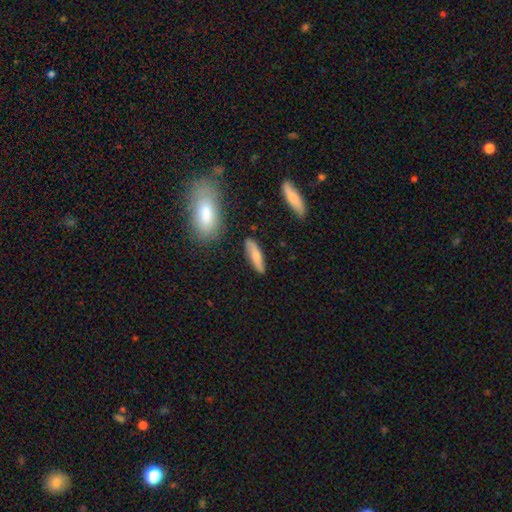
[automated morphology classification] This appears to be a smooth galaxy with no disk features (73%) that is cigar-shaped (64%). Merging: none (83%).